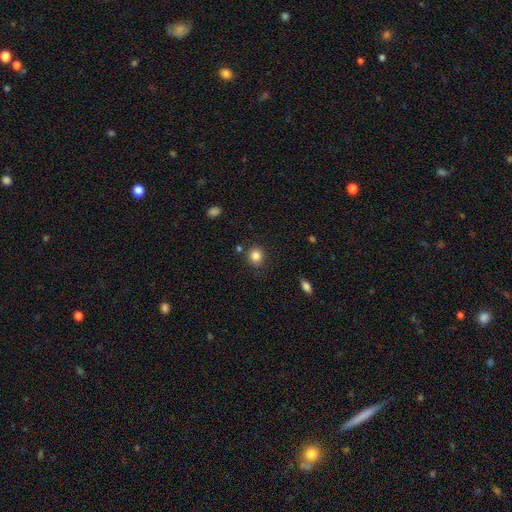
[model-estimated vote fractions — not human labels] A smooth galaxy with no disk features (85%) that is round (81%). Merging: none (84%).